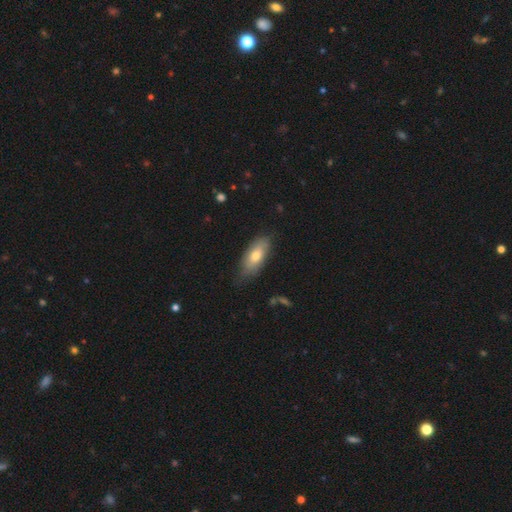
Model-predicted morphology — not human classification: smooth-or-featured: smooth: 68% | featured or disk: 26% | star or artifact: 7%
  how-rounded: in between: 83% | cigar-shaped: 14% | round: 3%
  merging: none: 71% | minor disturbance: 23% | major disturbance: 4% | merger: 1%